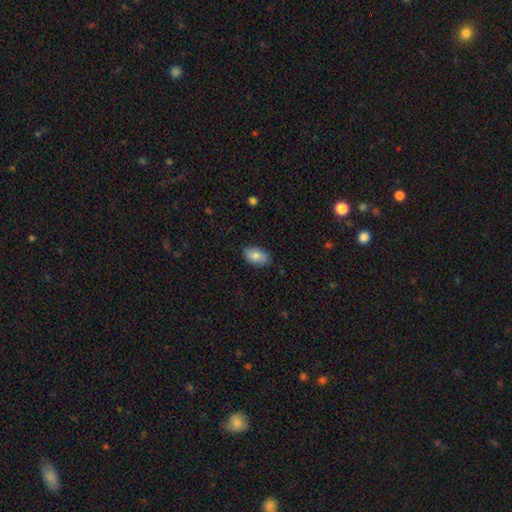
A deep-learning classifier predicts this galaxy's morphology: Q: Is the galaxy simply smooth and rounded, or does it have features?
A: smooth — 83%.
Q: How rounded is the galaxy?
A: in between — 92%.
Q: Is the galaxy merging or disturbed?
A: none — 84%.